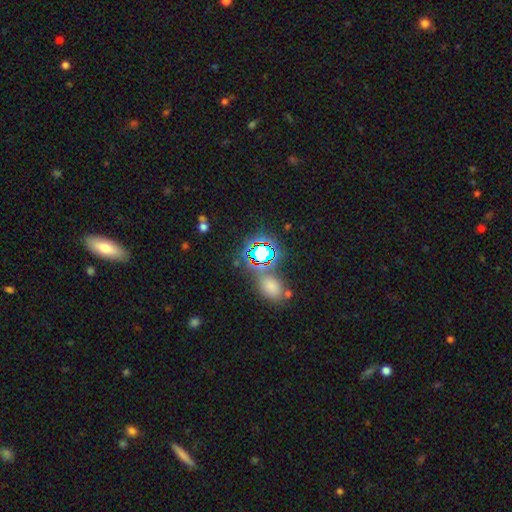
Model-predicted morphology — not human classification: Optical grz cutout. It shows a star or artifact, not a galaxy (60%).